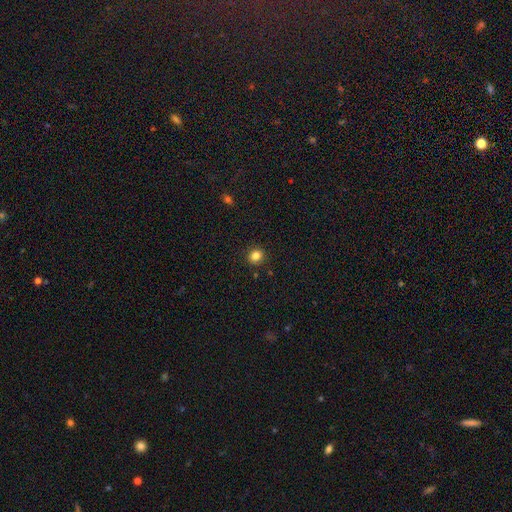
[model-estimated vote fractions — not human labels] The model was most divided on "how rounded": round: 73%, in between: 26%, cigar-shaped: 1%. More confident: merging — none (90%); smooth or featured — smooth (83%).